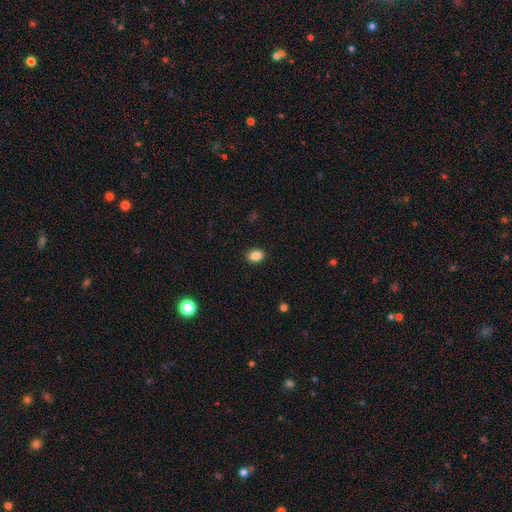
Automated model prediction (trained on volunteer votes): Smooth or featured? Predicted: smooth (p=0.87). How rounded? Predicted: in between (p=0.74). Merging? Predicted: none (p=0.89).